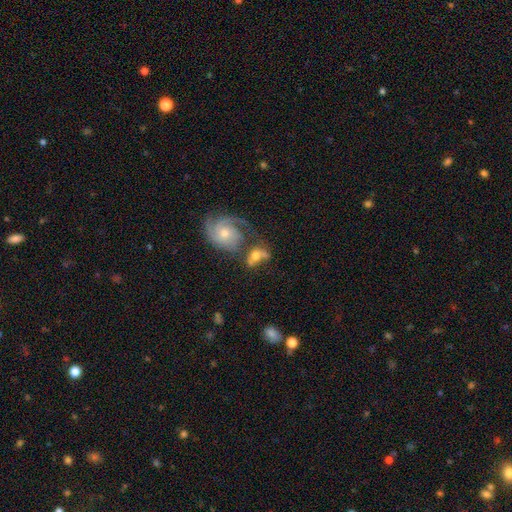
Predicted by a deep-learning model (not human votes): Smooth or featured: featured or disk — 55% (smooth — 36%)
Edge-on disk: no — 96% (yes — 4%)
Bar: no — 72% (weak — 22%)
Spiral arms: yes — 80% (no — 20%)
Bulge size: moderate — 53% (small — 32%)
Merging: merger — 49% (none — 24%)